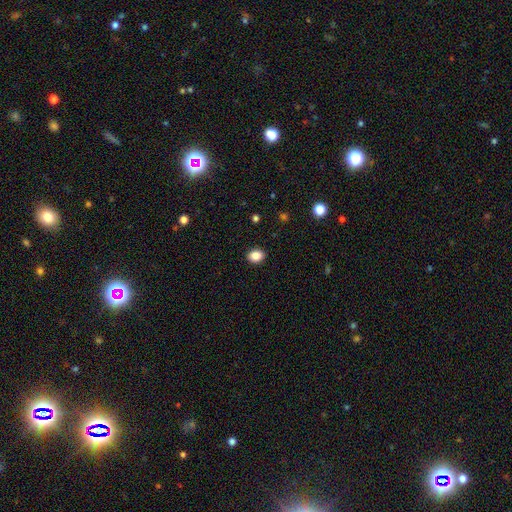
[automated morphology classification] Q: Smooth or featured?
A: smooth (86%); runner-up: star or artifact (9%)
Q: How rounded?
A: in between (59%); runner-up: round (40%)
Q: Merging?
A: none (91%); runner-up: minor disturbance (7%)